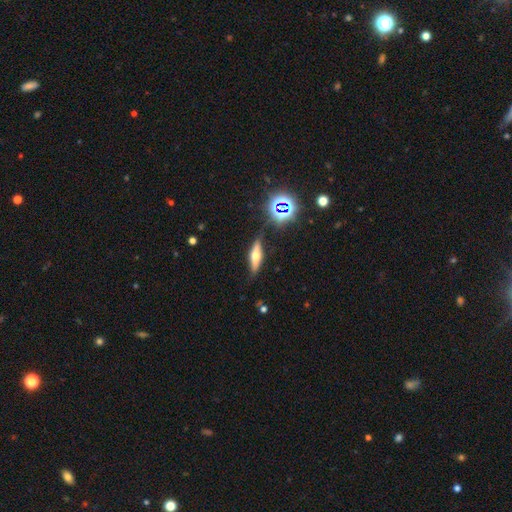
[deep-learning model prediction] This is possibly a featured or disk galaxy (50%). Merging: clearly none (80%).